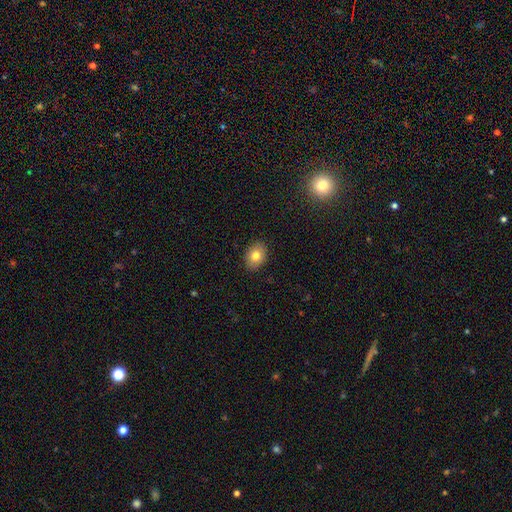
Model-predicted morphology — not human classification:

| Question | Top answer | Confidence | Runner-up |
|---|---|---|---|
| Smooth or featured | smooth | 79% | featured or disk (11%) |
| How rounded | in between | 65% | round (34%) |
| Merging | none | 89% | minor disturbance (8%) |